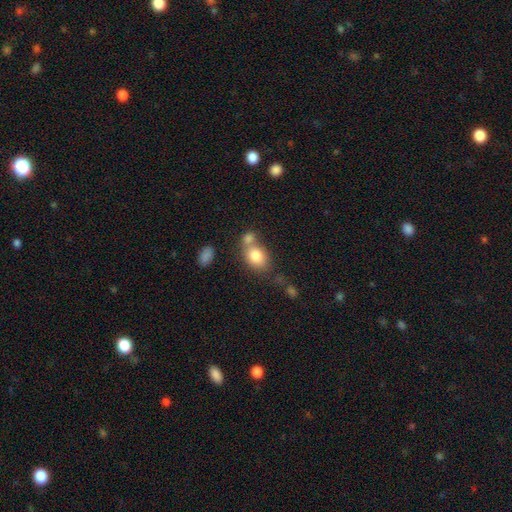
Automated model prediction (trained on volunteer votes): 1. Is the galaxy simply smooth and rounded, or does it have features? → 80% smooth, 11% featured or disk, 8% star or artifact.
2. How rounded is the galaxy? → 68% in between, 30% round, 1% cigar-shaped.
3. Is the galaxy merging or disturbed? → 44% merger, 40% none, 12% minor disturbance, 5% major disturbance.